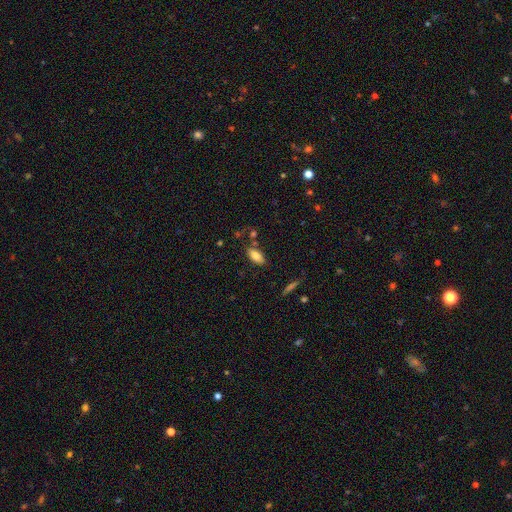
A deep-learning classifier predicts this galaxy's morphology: A smooth galaxy with no disk features (83%) that is in between round and cigar-shaped (89%). Merging: none (75%).